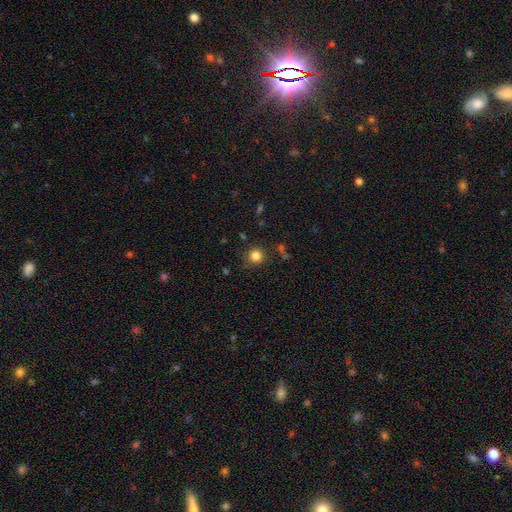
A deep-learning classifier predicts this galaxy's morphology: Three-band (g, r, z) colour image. It shows a smooth galaxy with no disk features (82%) that is round (94%). Merging: none (87%).